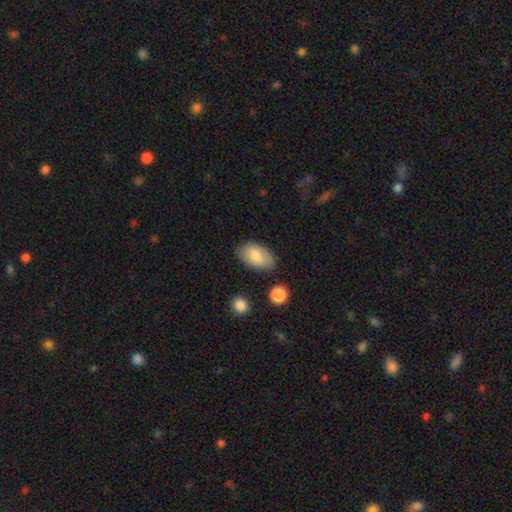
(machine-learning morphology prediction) smooth 83%, featured or disk 11%, star or artifact 7%. Down the decision tree: how rounded — in between (94%); merging — none (80%).